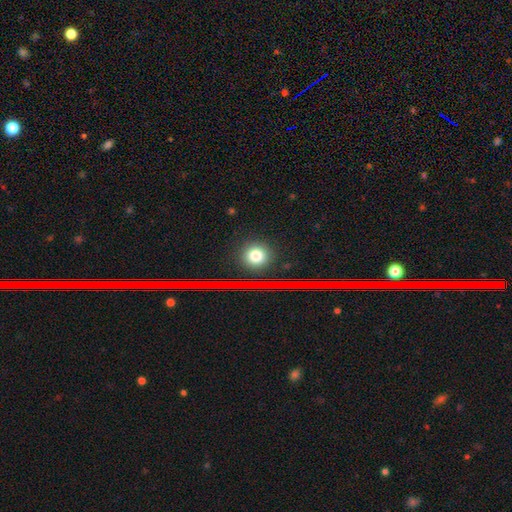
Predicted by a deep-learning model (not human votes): Smooth or featured? smooth (75%)
How rounded? round (86%)
Merging? none (89%)